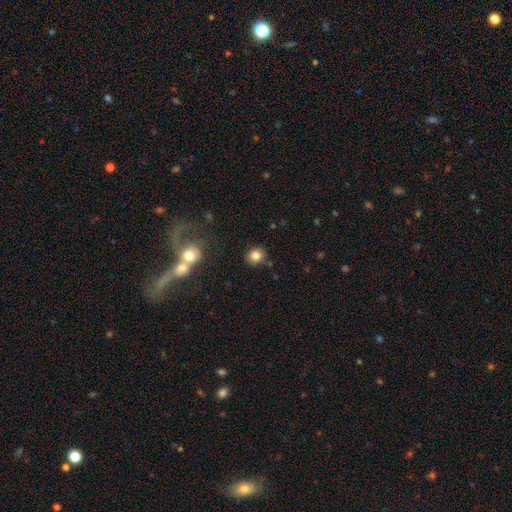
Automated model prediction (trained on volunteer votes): Q: Smooth or featured?
A: smooth (82%); runner-up: star or artifact (11%)
Q: How rounded?
A: round (85%); runner-up: in between (14%)
Q: Merging?
A: none (81%); runner-up: minor disturbance (10%)